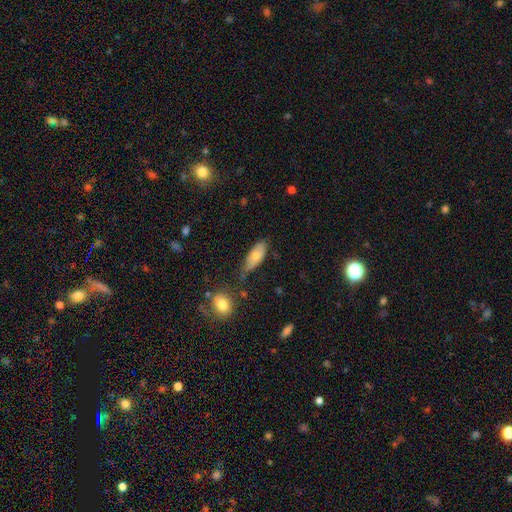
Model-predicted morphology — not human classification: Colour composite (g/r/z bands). It shows a smooth galaxy with no disk features (67%) that is in between round and cigar-shaped (78%). Merging: none (57%).